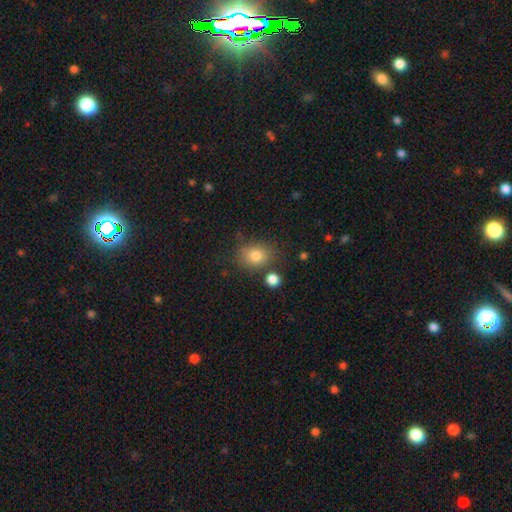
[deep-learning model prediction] Overall: smooth (80%). How rounded: round (50%; in between 49%). Merging: none (69%).